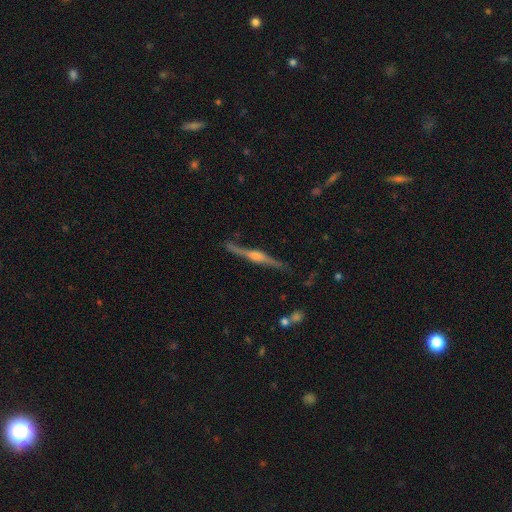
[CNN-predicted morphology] type=featured or disk (86%); edge-on=yes (98%); edge-on bulge=rounded (89%); merging=none (85%).